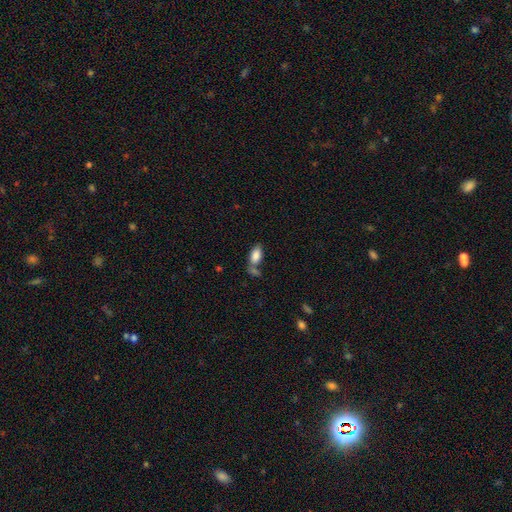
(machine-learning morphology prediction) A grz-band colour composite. It shows a smooth galaxy with no disk features (85%) that is in between round and cigar-shaped (92%). Merging: none (51%).